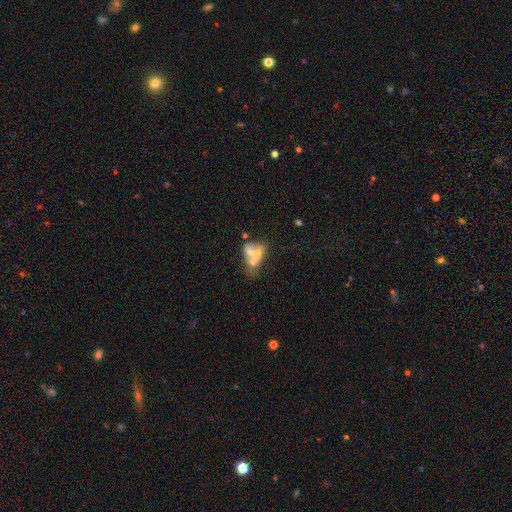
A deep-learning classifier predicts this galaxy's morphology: Overall: featured or disk (44%; smooth 43%). Merging: merger (60%).